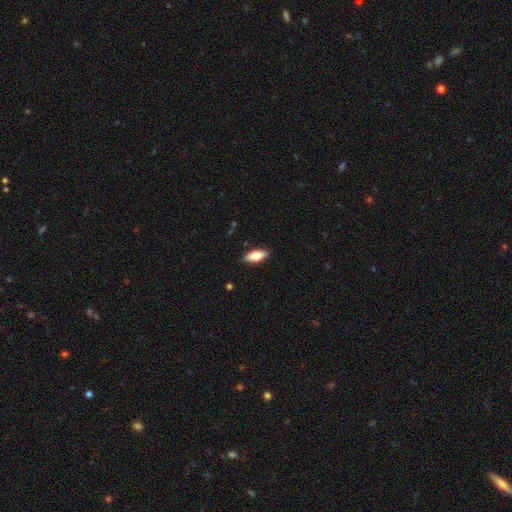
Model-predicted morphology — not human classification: Q: Smooth or featured?
A: smooth (70%); runner-up: featured or disk (24%)
Q: How rounded?
A: in between (73%); runner-up: cigar-shaped (25%)
Q: Merging?
A: none (87%); runner-up: minor disturbance (10%)